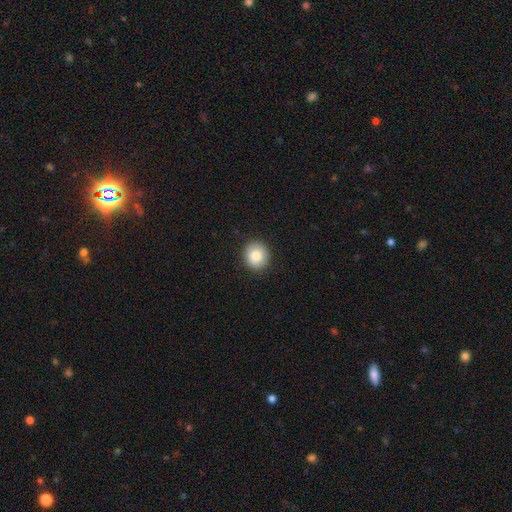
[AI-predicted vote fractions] Smooth or featured?
  - smooth: 85% *
  - star or artifact: 8%
  - featured or disk: 7%
How rounded?
  - round: 86% *
  - in between: 14%
  - cigar-shaped: 1%
Merging?
  - none: 91% *
  - minor disturbance: 7%
  - major disturbance: 2%
  - merger: 1%